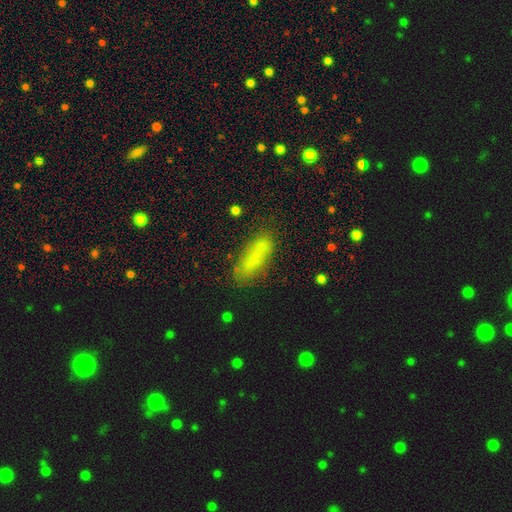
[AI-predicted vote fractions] Morphology: type=smooth (75%); roundness=in between (54%); merging=none (69%).